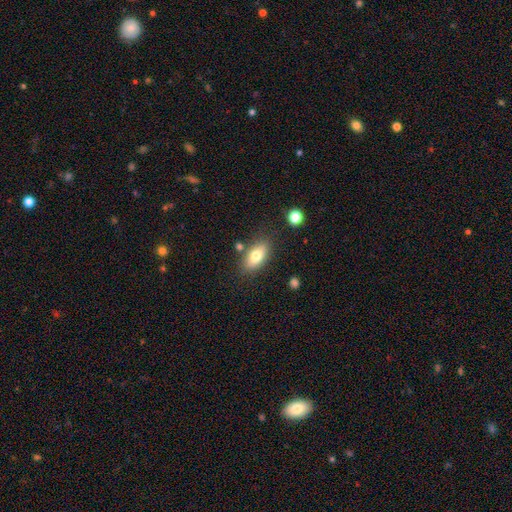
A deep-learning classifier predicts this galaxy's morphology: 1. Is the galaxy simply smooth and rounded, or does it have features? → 73% smooth, 19% featured or disk, 8% star or artifact.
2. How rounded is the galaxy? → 84% in between, 12% cigar-shaped, 4% round.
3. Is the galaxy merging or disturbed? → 79% none, 13% minor disturbance, 6% merger, 3% major disturbance.